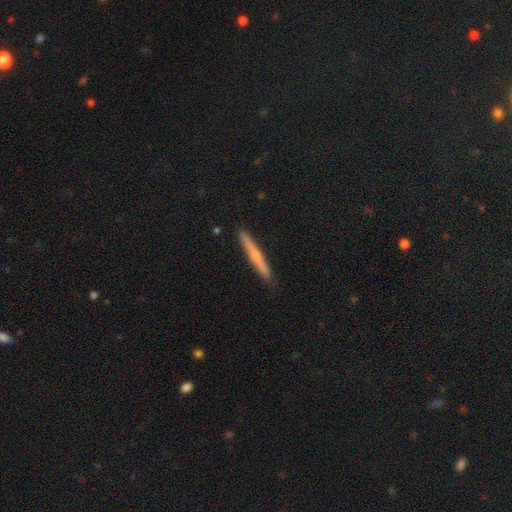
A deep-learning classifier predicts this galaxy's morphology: Overall: smooth (50%; featured or disk 44%). How rounded: cigar-shaped (96%). Merging: none (90%).